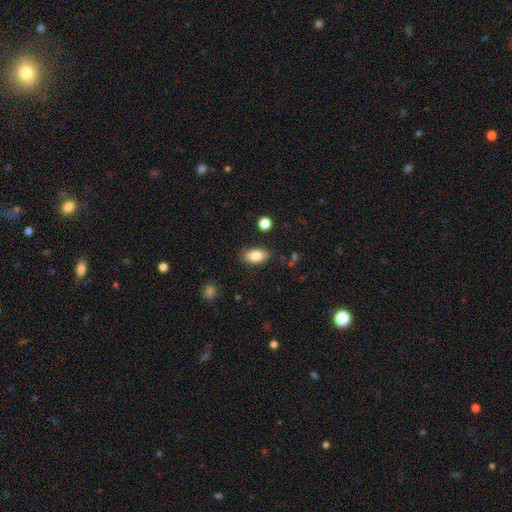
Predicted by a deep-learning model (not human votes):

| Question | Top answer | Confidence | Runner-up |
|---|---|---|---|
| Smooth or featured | smooth | 84% | featured or disk (9%) |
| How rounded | in between | 90% | round (5%) |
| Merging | none | 85% | minor disturbance (11%) |